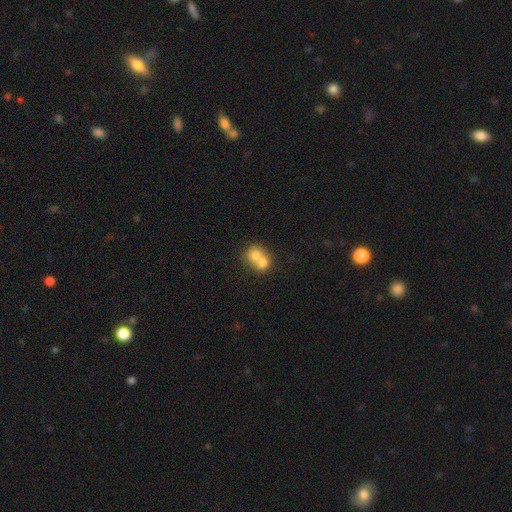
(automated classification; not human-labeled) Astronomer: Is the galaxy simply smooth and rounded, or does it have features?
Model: smooth — 71%.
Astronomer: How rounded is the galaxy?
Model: round — 71%.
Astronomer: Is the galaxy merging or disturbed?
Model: merger — 71%.